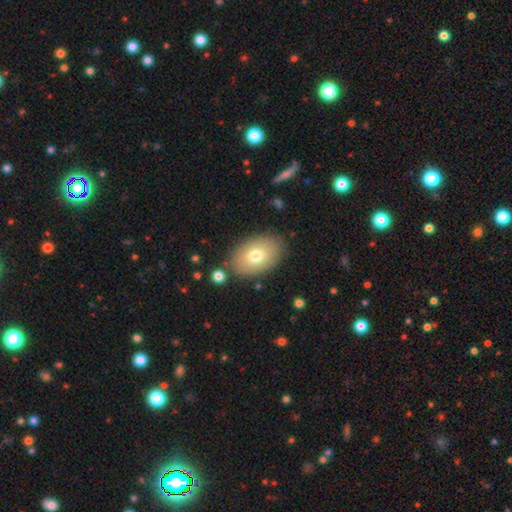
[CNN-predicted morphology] Q: Smooth or featured?
A: smooth (74%); runner-up: featured or disk (18%)
Q: How rounded?
A: in between (87%); runner-up: round (12%)
Q: Merging?
A: none (83%); runner-up: minor disturbance (11%)